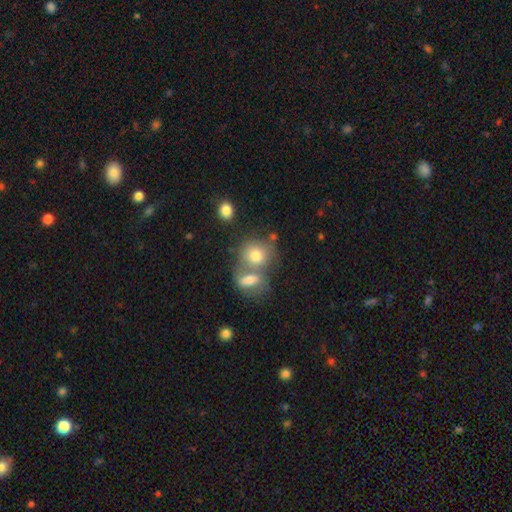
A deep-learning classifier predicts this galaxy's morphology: smooth_or_featured: smooth (p=0.76) [alt: featured or disk p=0.15]
how_rounded: round (p=0.67) [alt: in between p=0.32]
merging: merger (p=0.53) [alt: none p=0.34]